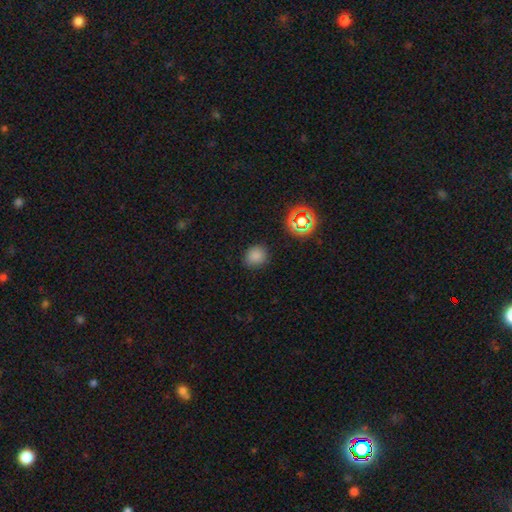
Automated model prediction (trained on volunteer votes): This appears to be a smooth galaxy with no disk features (78%) that is round (81%). Merging: none (84%).